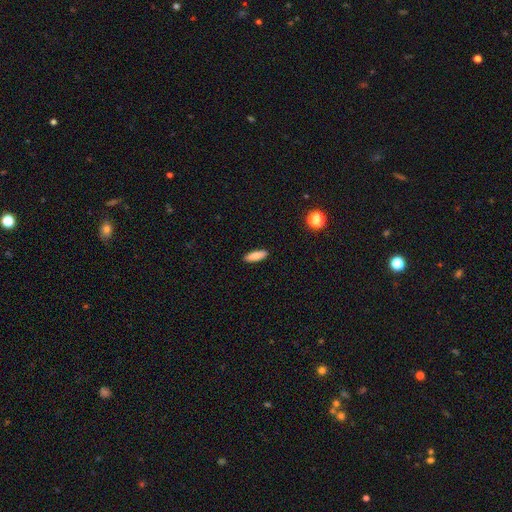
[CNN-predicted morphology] The model was most divided on "how rounded": in between: 57%, cigar-shaped: 41%, round: 2%. More confident: merging — none (91%); smooth or featured — smooth (83%).